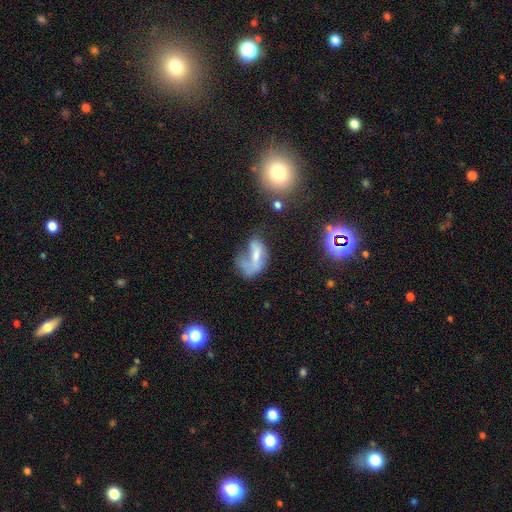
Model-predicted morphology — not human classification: This appears to be a smooth galaxy with no disk features (43%, tied with featured or disk). Merging: major disturbance (46%).